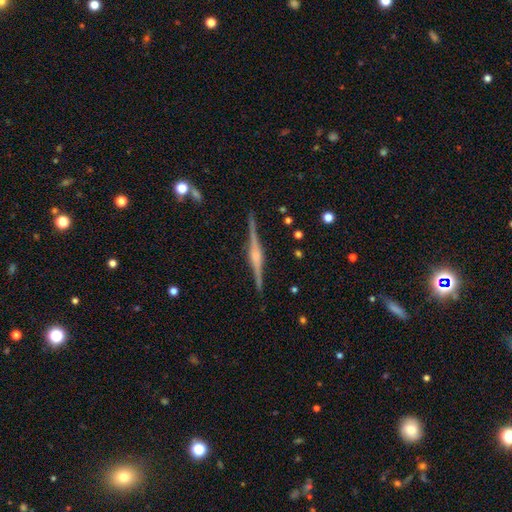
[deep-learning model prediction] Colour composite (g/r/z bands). It shows a featured or disk galaxy (87%) viewed edge-on (98%) with a rounded central bulge (66%). Merging: none (91%).